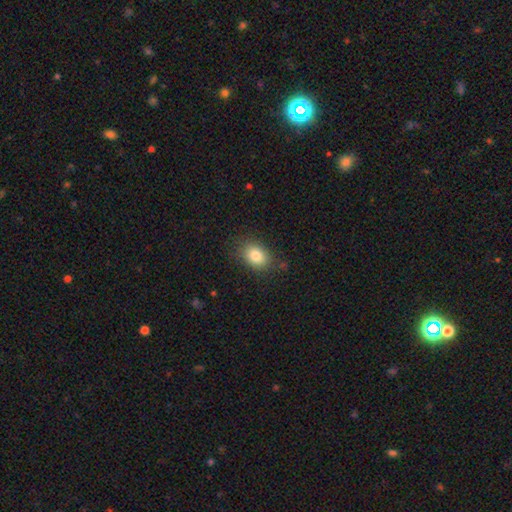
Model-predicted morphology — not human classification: Smooth or featured? Predicted: smooth (p=0.82). How rounded? Predicted: in between (p=0.72). Merging? Predicted: none (p=0.81).